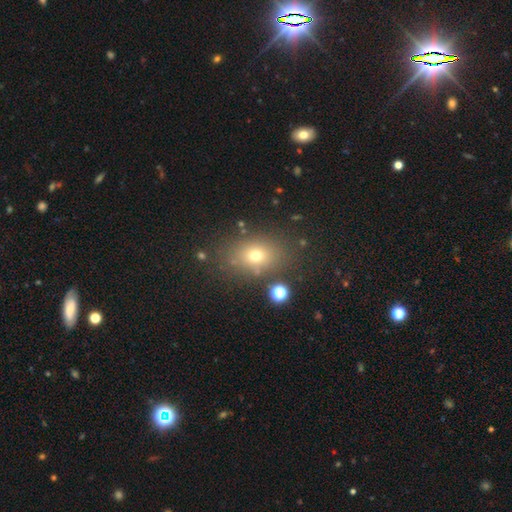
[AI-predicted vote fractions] The model was most divided on "how rounded": in between: 61%, round: 37%, cigar-shaped: 1%. More confident: merging — none (80%); smooth or featured — smooth (69%).